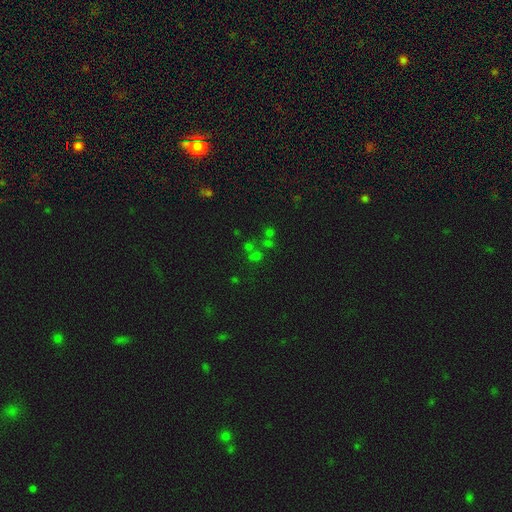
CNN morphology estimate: smooth_or_featured: star or artifact (p=0.46) [alt: smooth p=0.37]